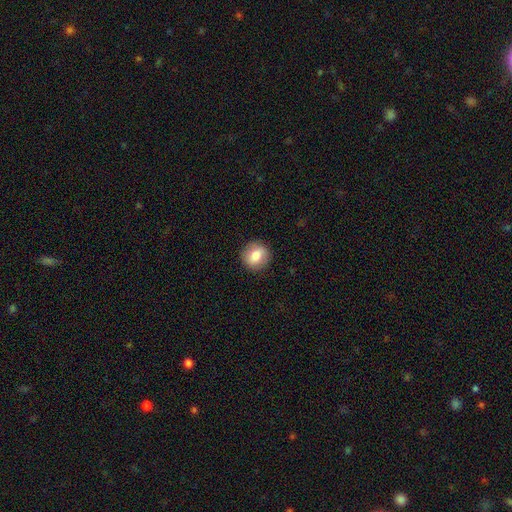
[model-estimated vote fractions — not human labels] Smooth or featured: smooth — 77% (featured or disk — 15%)
How rounded: round — 87% (in between — 12%)
Merging: none — 90% (minor disturbance — 7%)